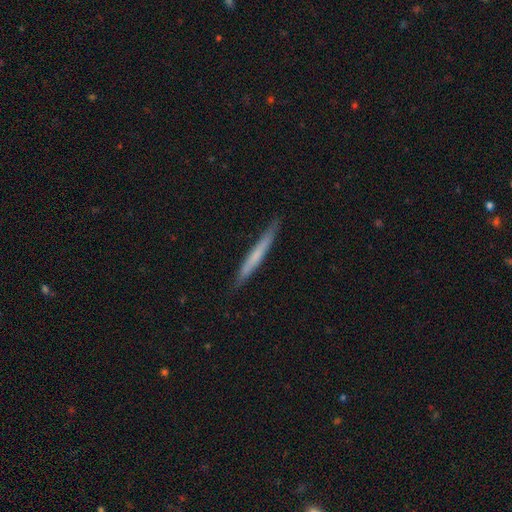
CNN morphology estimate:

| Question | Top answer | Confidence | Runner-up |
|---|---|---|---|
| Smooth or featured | smooth | 55% | featured or disk (39%) |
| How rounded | cigar-shaped | 97% | in between (2%) |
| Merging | none | 90% | minor disturbance (8%) |